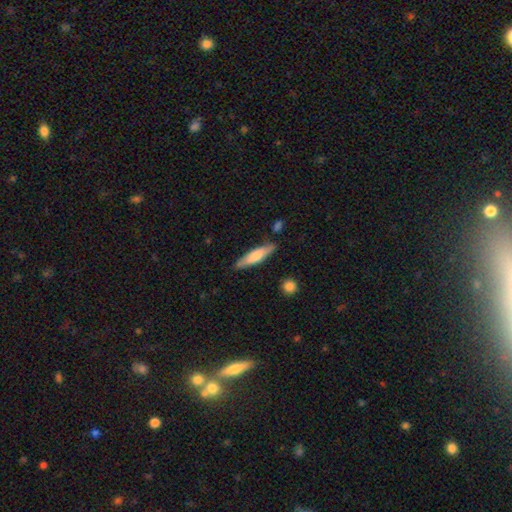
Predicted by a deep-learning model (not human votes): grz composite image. It shows a smooth galaxy with no disk features (65%) that is cigar-shaped (77%). Merging: none (83%).